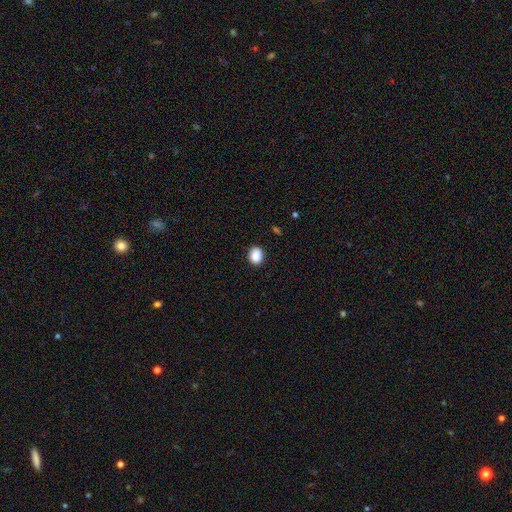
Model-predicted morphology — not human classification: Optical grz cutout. It shows a smooth galaxy with no disk features (89%) that is round (53%). Merging: none (89%).